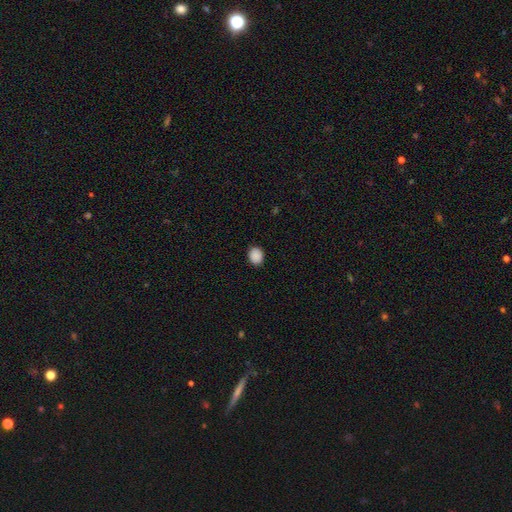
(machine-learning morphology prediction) This appears to be a smooth galaxy with no disk features (90%) that is round (52%). Merging: none (89%).